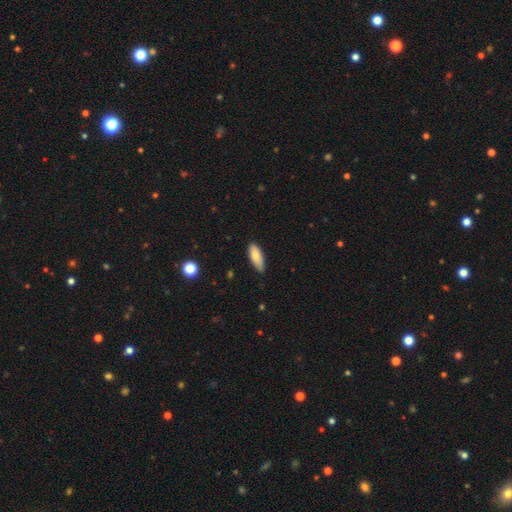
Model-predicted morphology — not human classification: Smooth or featured: smooth — 83% (featured or disk — 11%)
How rounded: in between — 70% (cigar-shaped — 28%)
Merging: none — 80% (minor disturbance — 17%)